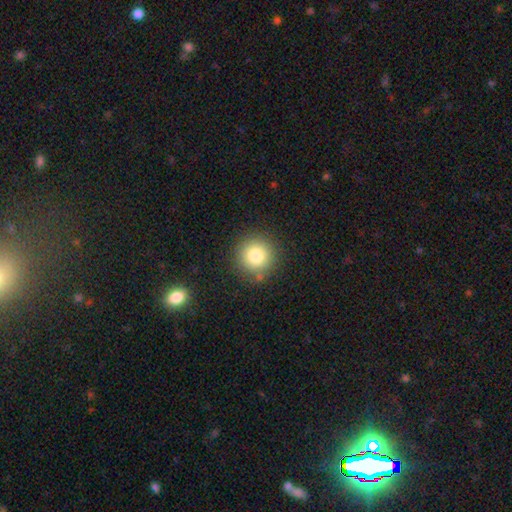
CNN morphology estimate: Smooth or featured? Predicted: smooth (p=0.81). How rounded? Predicted: round (p=0.94). Merging? Predicted: none (p=0.86).